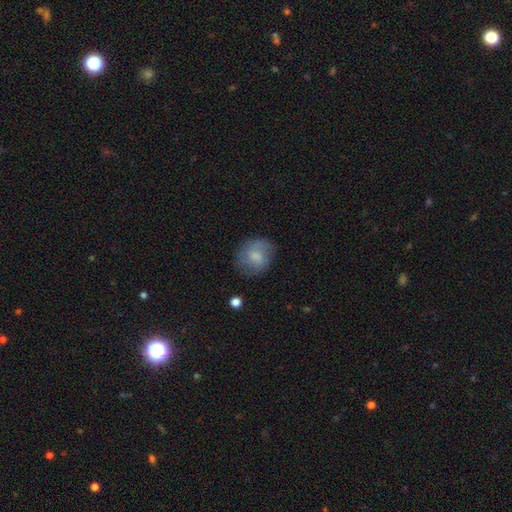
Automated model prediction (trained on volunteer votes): smooth_or_featured: smooth (p=0.70) [alt: featured or disk p=0.22]
how_rounded: round (p=0.73) [alt: in between p=0.26]
merging: none (p=0.73) [alt: minor disturbance p=0.18]